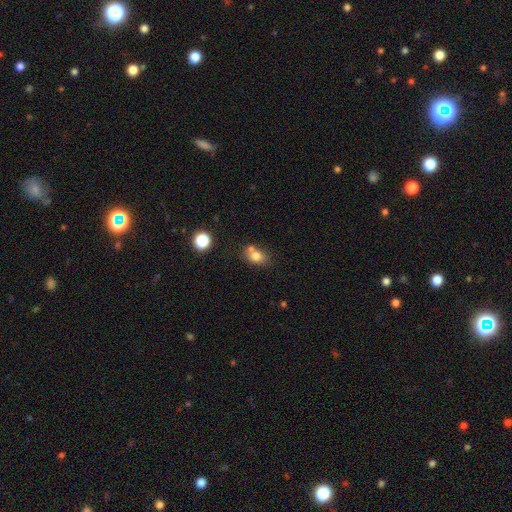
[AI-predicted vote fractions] Smooth or featured? Predicted: smooth (p=0.76). How rounded? Predicted: in between (p=0.60). Merging? Predicted: none (p=0.51).